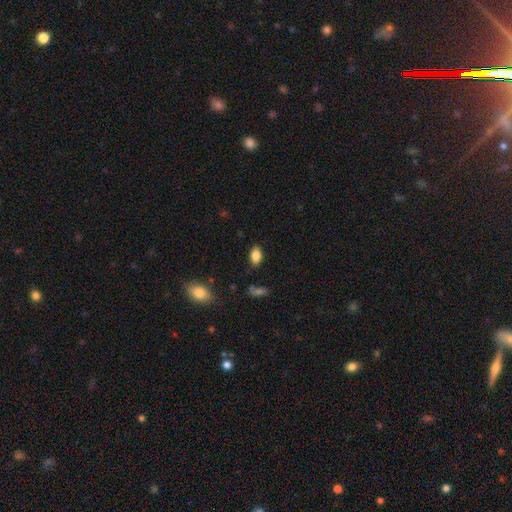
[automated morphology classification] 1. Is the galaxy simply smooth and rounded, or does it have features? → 84% smooth, 9% star or artifact, 8% featured or disk.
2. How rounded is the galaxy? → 90% in between, 7% round, 3% cigar-shaped.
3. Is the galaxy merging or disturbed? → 83% none, 12% minor disturbance, 3% major disturbance, 2% merger.